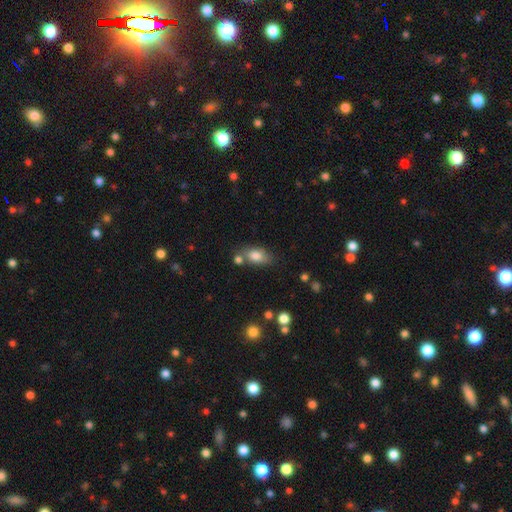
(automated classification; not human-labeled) Morphology: type=smooth (81%); roundness=in between (85%); merging=none (62%).